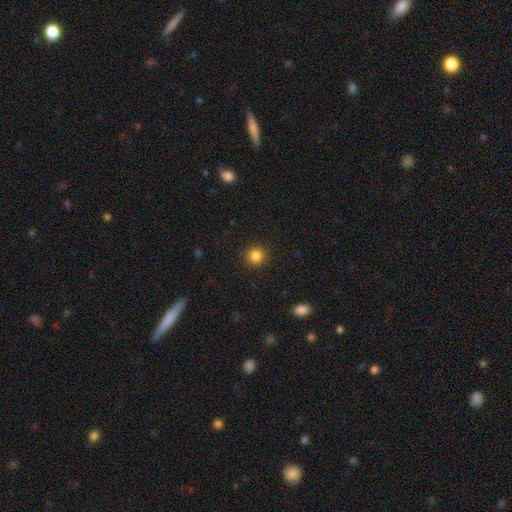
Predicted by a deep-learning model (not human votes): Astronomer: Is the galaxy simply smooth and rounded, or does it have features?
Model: smooth — 84%.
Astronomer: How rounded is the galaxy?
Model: round — 93%.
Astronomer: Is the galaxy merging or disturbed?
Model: none — 92%.